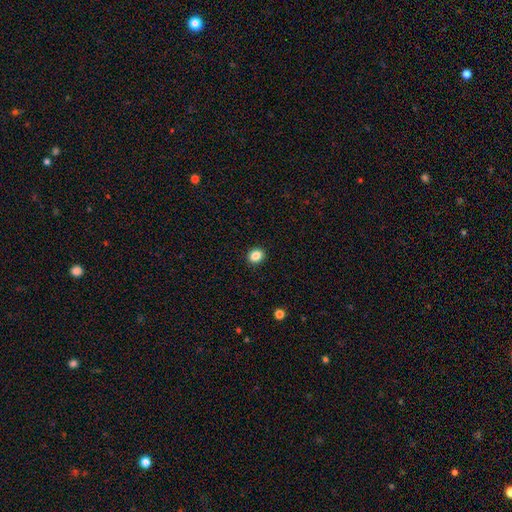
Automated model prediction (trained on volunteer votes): Overall: smooth (86%). How rounded: round (61%; in between 38%). Merging: none (92%).